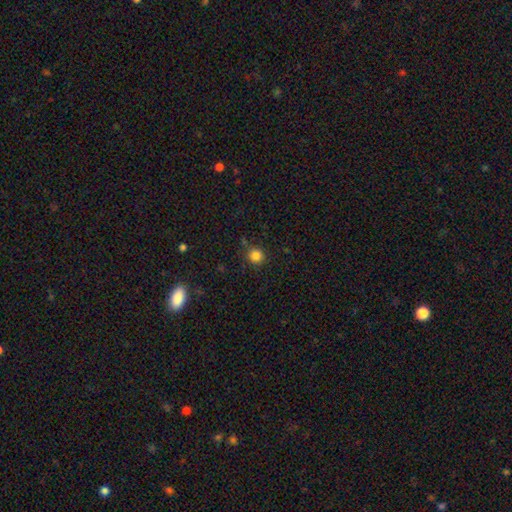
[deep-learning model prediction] Overall: smooth (84%). How rounded: round (93%). Merging: none (84%).